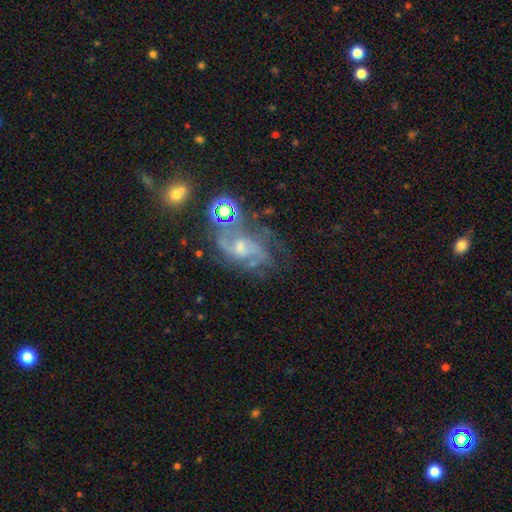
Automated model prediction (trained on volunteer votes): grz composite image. It shows a featured or disk galaxy (73%) with no bar (56%), 2 (40%) medium (47%) spiral arms (90%) and a small central bulge (53%). Merging: none (54%).